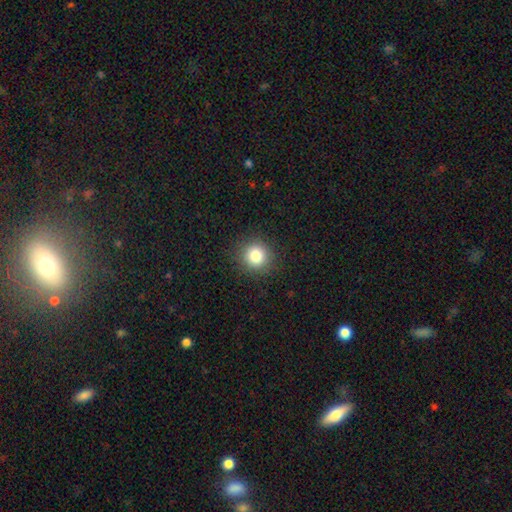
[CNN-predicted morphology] Smooth or featured: smooth — 83% (star or artifact — 11%)
How rounded: round — 91% (in between — 8%)
Merging: none — 89% (minor disturbance — 7%)